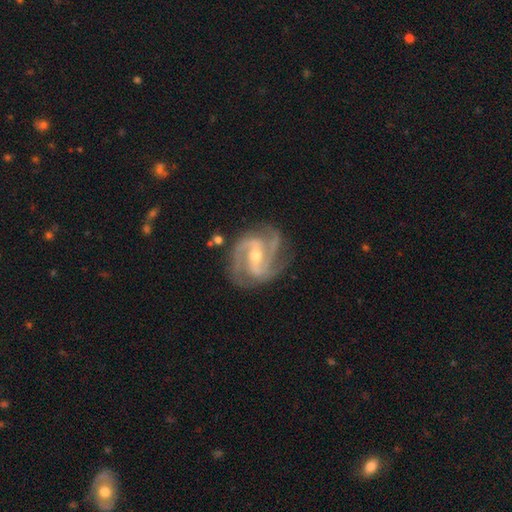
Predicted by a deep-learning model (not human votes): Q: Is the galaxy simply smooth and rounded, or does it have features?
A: featured or disk — 92%.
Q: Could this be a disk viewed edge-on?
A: no — 98%.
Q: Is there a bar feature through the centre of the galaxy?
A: weak — 40%, tied with strong.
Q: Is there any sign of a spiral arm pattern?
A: yes — 98%.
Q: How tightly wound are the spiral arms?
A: medium — 54%.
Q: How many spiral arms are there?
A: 3 — 54%.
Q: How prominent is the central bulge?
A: moderate — 50%.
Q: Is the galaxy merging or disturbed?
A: none — 76%.